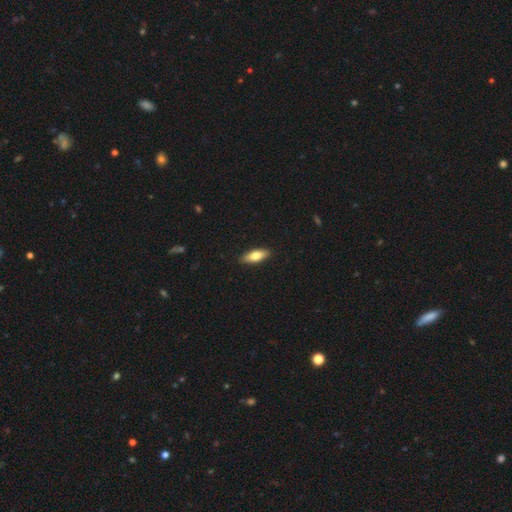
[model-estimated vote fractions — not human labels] This is likely a smooth galaxy (72%). How rounded: likely in between (65%). Merging: clearly none (90%).